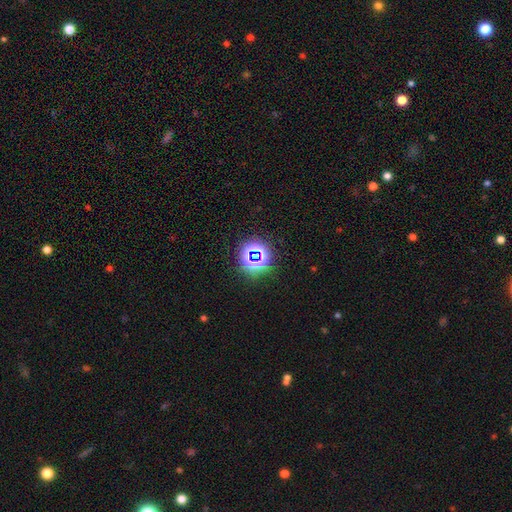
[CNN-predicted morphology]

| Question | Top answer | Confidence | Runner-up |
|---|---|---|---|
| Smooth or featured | star or artifact | 70% | smooth (21%) |